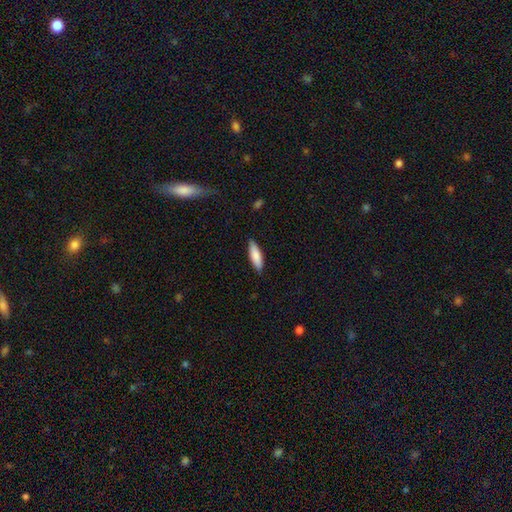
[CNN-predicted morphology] A smooth galaxy with no disk features (84%) that is cigar-shaped (56%).

Vote fractions:
- Smooth or featured? smooth: 84% / featured or disk: 11% / star or artifact: 5%
- How rounded? cigar-shaped: 56% / in between: 42% / round: 1%
- Merging? none: 87% / minor disturbance: 10% / major disturbance: 2% / merger: 1%